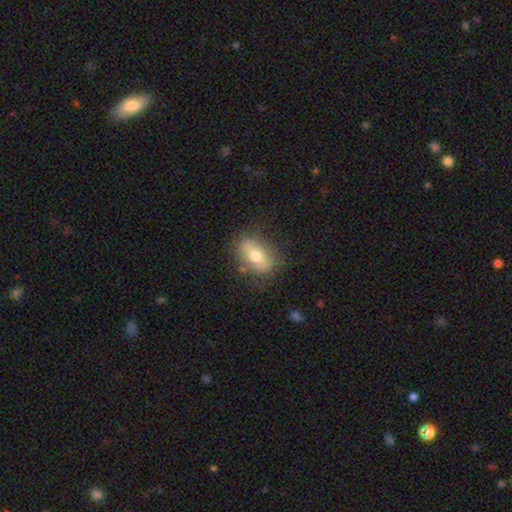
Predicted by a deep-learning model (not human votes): smooth-or-featured: smooth: 59% | featured or disk: 33% | star or artifact: 7%
  how-rounded: in between: 83% | round: 12% | cigar-shaped: 6%
  merging: none: 76% | minor disturbance: 17% | major disturbance: 5% | merger: 2%